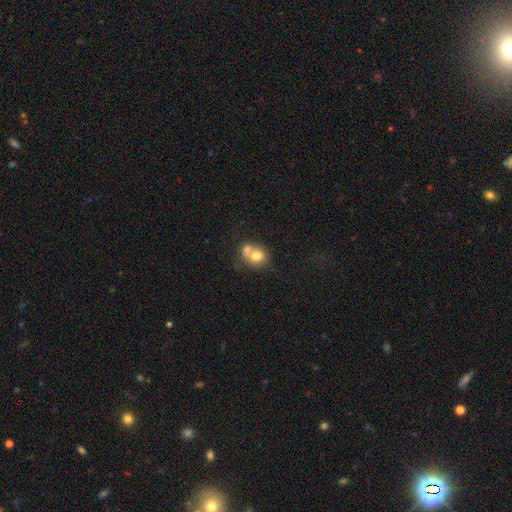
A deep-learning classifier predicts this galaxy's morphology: smooth_or_featured: smooth (p=0.70) [alt: featured or disk p=0.21]
how_rounded: round (p=0.63) [alt: in between p=0.36]
merging: merger (p=0.64) [alt: none p=0.25]